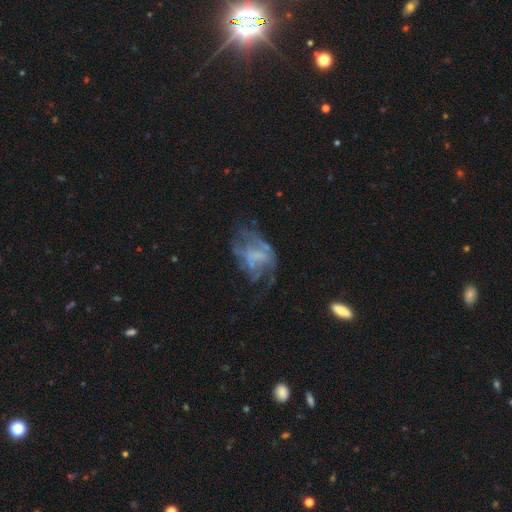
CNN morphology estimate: This appears to be a featured or disk galaxy (64%) with no bar (65%), no spiral arms (58%) and no central bulge (63%). Merging: major disturbance (42%).